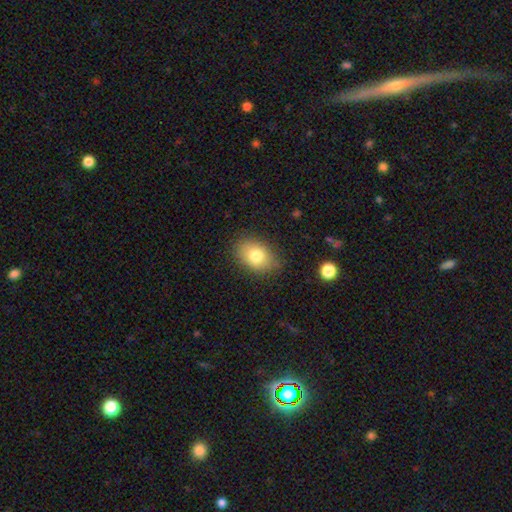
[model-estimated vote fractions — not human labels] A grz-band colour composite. It shows a smooth galaxy with no disk features (78%) that is in between round and cigar-shaped (78%). Merging: none (80%).